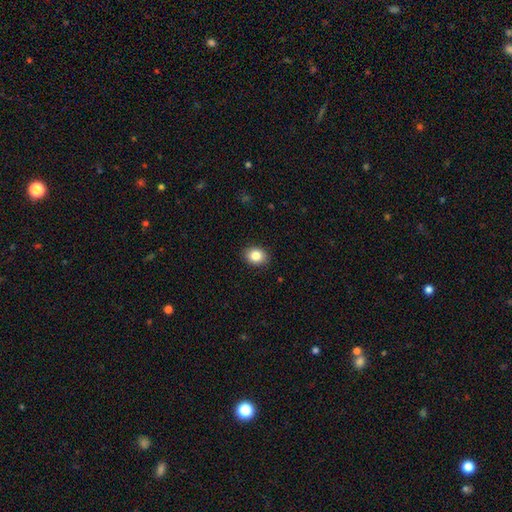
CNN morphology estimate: smooth_or_featured: smooth (p=0.85) [alt: star or artifact p=0.09]
how_rounded: in between (p=0.50) [alt: round p=0.49]
merging: none (p=0.90) [alt: minor disturbance p=0.07]